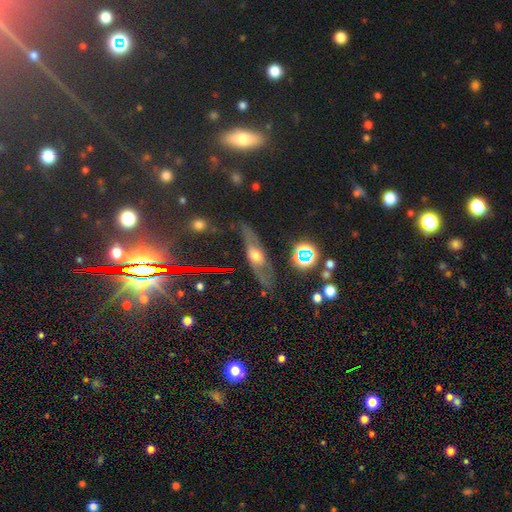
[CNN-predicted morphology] Smooth or featured?
  - featured or disk: 53% *
  - smooth: 31%
  - star or artifact: 16%
Edge-on disk?
  - yes: 58% *
  - no: 42%
Merging?
  - none: 75% *
  - minor disturbance: 16%
  - major disturbance: 6%
  - merger: 3%